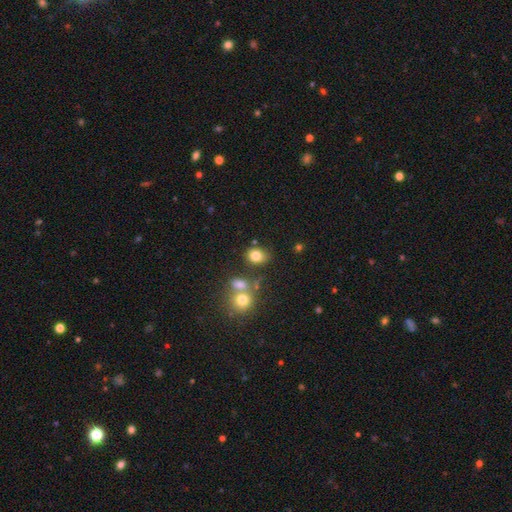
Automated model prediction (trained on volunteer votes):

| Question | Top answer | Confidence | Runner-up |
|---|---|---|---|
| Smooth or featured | smooth | 80% | star or artifact (12%) |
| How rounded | in between | 53% | round (45%) |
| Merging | none | 66% | minor disturbance (14%) |